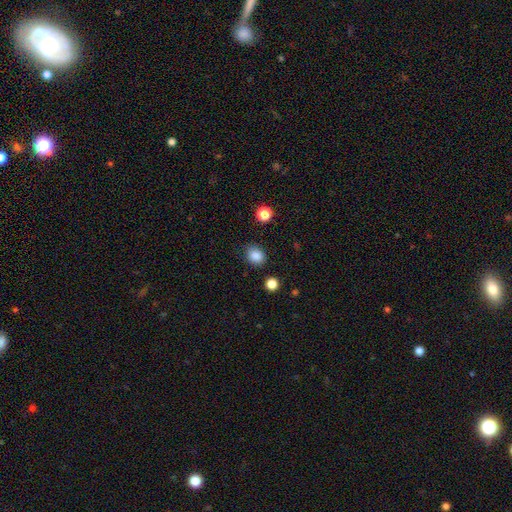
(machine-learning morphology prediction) Smooth or featured: smooth — 85% (star or artifact — 11%)
How rounded: round — 61% (in between — 39%)
Merging: none — 83% (minor disturbance — 11%)